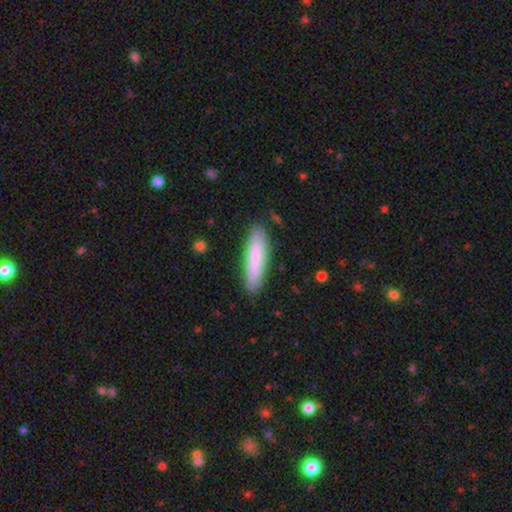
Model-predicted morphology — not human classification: Overall: smooth (81%). How rounded: cigar-shaped (78%). Merging: none (87%).